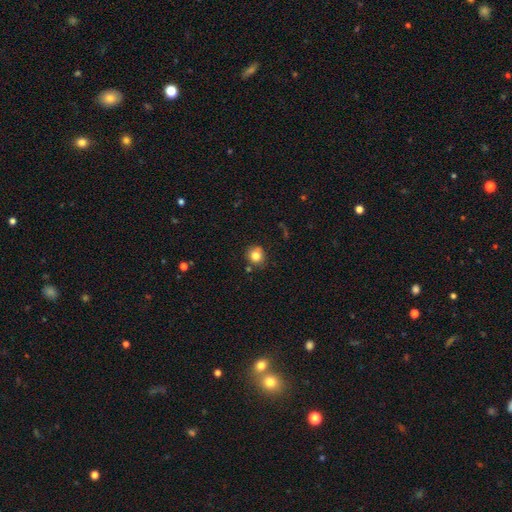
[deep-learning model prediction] Smooth or featured?
  - smooth: 81% *
  - star or artifact: 11%
  - featured or disk: 8%
How rounded?
  - round: 89% *
  - in between: 10%
  - cigar-shaped: 1%
Merging?
  - none: 81% *
  - minor disturbance: 12%
  - merger: 5%
  - major disturbance: 3%